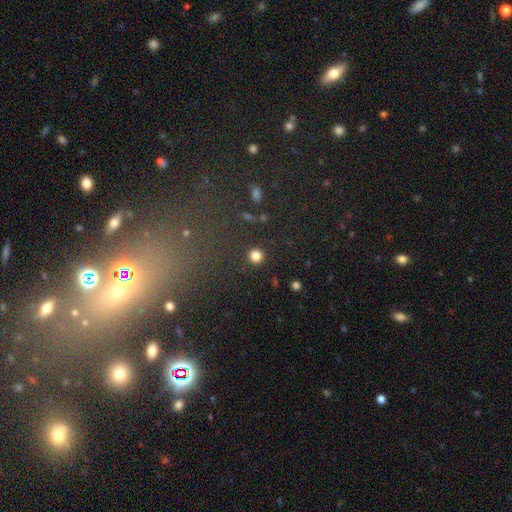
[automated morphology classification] type=smooth (83%); roundness=round (94%); merging=none (91%).